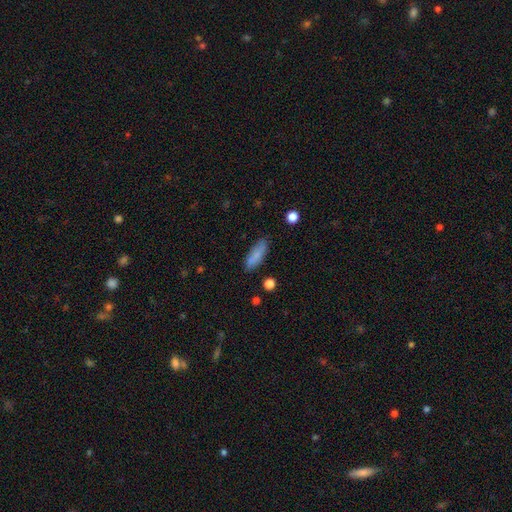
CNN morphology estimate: This appears to be a smooth galaxy with no disk features (84%) that is in between round and cigar-shaped (56%). Merging: none (81%).